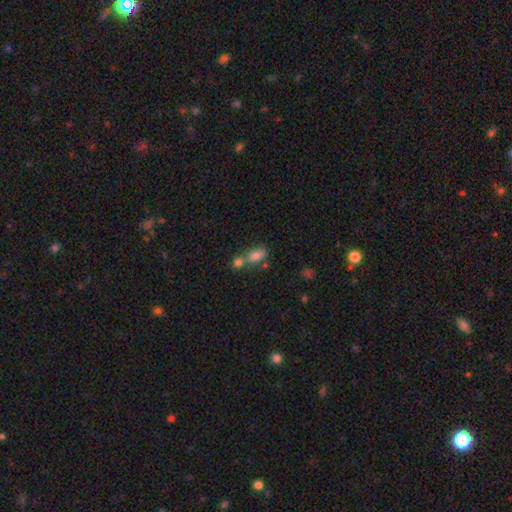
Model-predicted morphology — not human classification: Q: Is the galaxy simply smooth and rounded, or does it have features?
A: smooth — 78%.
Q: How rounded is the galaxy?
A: in between — 82%.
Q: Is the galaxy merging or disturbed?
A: merger — 48%.